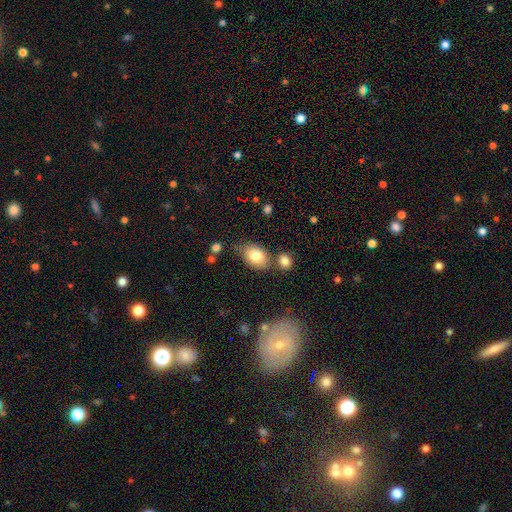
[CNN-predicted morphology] type=smooth (82%); roundness=in between (84%); merging=none (62%).